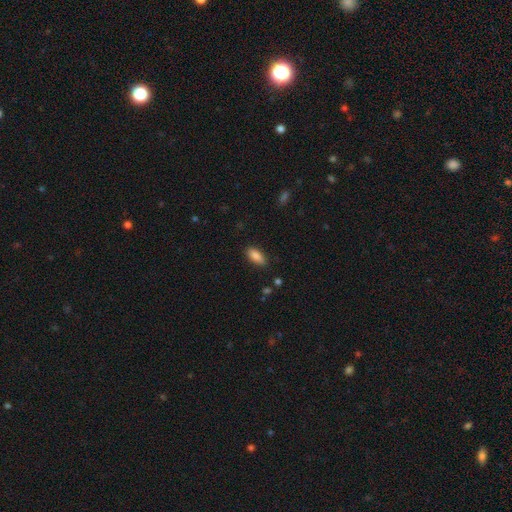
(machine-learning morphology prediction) Smooth or featured?
  - smooth: 87% *
  - star or artifact: 7%
  - featured or disk: 6%
How rounded?
  - in between: 83% *
  - cigar-shaped: 15%
  - round: 2%
Merging?
  - none: 86% *
  - minor disturbance: 10%
  - major disturbance: 2%
  - merger: 1%